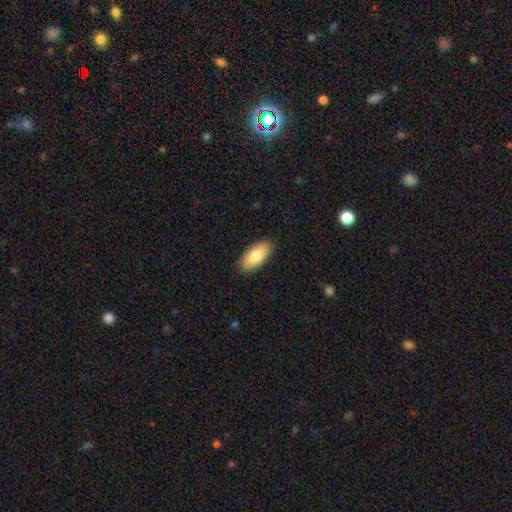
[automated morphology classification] smooth_or_featured: smooth (p=0.82) [alt: featured or disk p=0.12]
how_rounded: in between (p=0.89) [alt: cigar-shaped p=0.10]
merging: none (p=0.88) [alt: minor disturbance p=0.09]